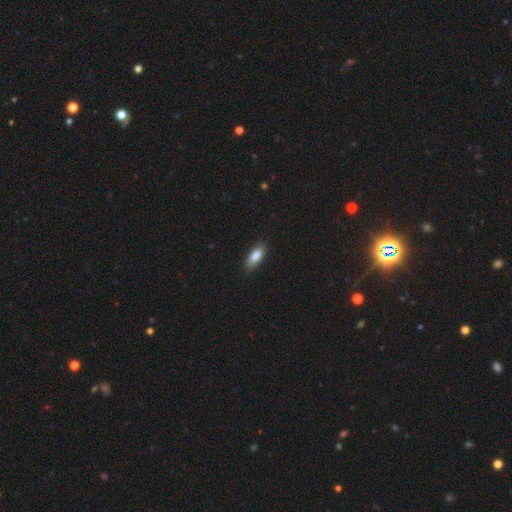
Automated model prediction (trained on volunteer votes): smooth-or-featured: smooth: 85% | featured or disk: 9% | star or artifact: 6%
  how-rounded: in between: 72% | cigar-shaped: 26% | round: 2%
  merging: none: 82% | minor disturbance: 14% | major disturbance: 3% | merger: 1%